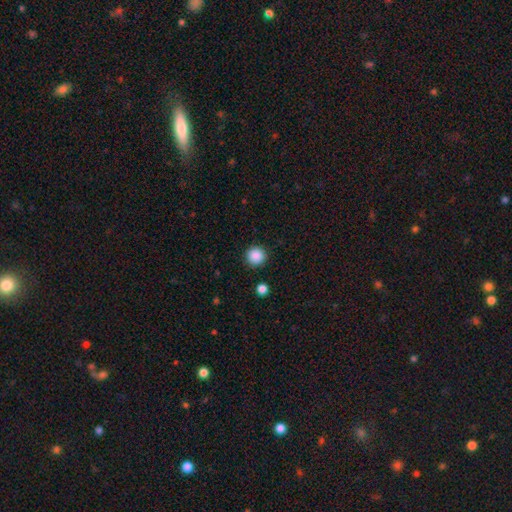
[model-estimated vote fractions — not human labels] Smooth or featured? Predicted: smooth (p=0.88). How rounded? Predicted: round (p=0.95). Merging? Predicted: none (p=0.92).